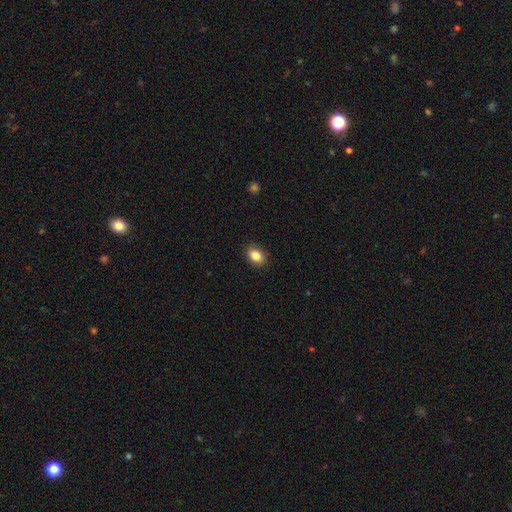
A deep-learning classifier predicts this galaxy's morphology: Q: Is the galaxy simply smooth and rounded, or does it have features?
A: smooth — 86%.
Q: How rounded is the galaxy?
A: in between — 75%.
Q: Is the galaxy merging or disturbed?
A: none — 89%.